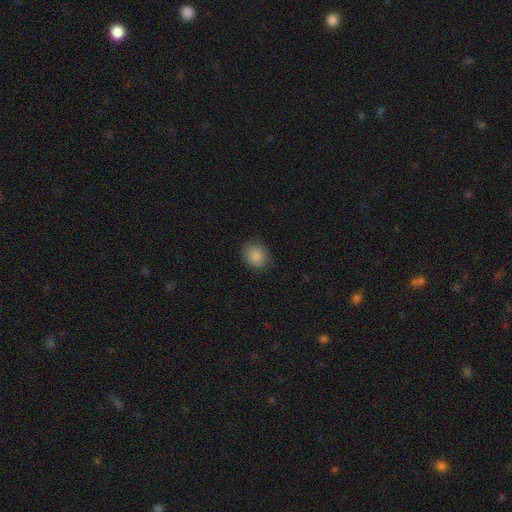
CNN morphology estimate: Smooth or featured? Predicted: smooth (p=0.88). How rounded? Predicted: round (p=0.63). Merging? Predicted: none (p=0.85).